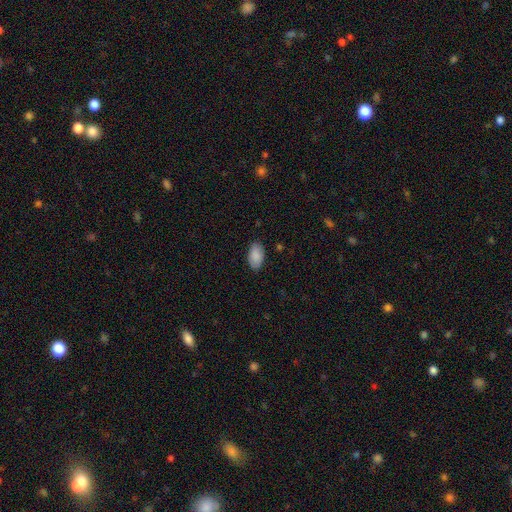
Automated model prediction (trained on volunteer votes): Smooth or featured? Predicted: smooth (p=0.89). How rounded? Predicted: in between (p=0.95). Merging? Predicted: none (p=0.85).